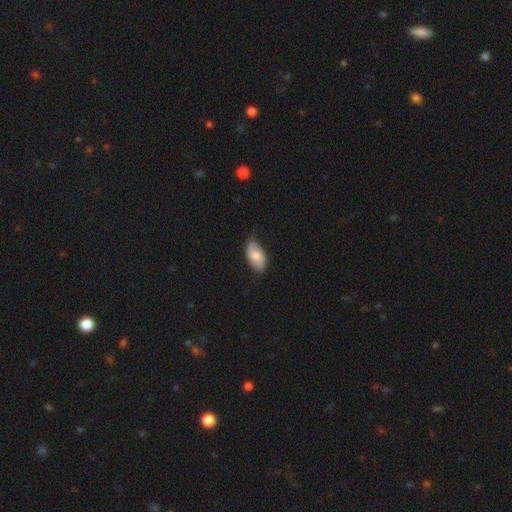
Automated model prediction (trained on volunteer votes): Smooth or featured?
  - smooth: 69% *
  - featured or disk: 25%
  - star or artifact: 6%
How rounded?
  - in between: 94% *
  - round: 3%
  - cigar-shaped: 2%
Merging?
  - none: 76% *
  - minor disturbance: 20%
  - major disturbance: 3%
  - merger: 1%